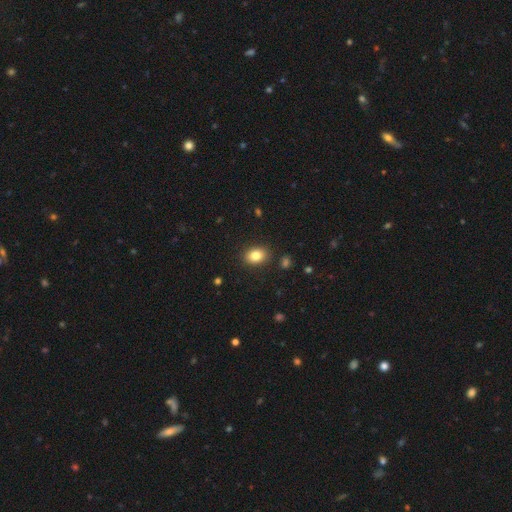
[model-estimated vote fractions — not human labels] A smooth galaxy with no disk features (84%) that is in between round and cigar-shaped (70%).

Vote fractions:
- Smooth or featured? smooth: 84% / star or artifact: 9% / featured or disk: 7%
- How rounded? in between: 70% / round: 29% / cigar-shaped: 1%
- Merging? none: 88% / minor disturbance: 8% / major disturbance: 2% / merger: 2%